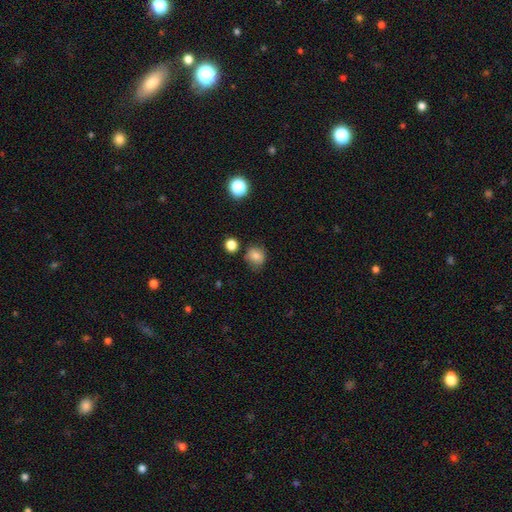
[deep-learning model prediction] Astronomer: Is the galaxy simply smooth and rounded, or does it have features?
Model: smooth — 81%.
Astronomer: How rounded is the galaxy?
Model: round — 81%.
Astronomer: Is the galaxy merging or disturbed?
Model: none — 75%.